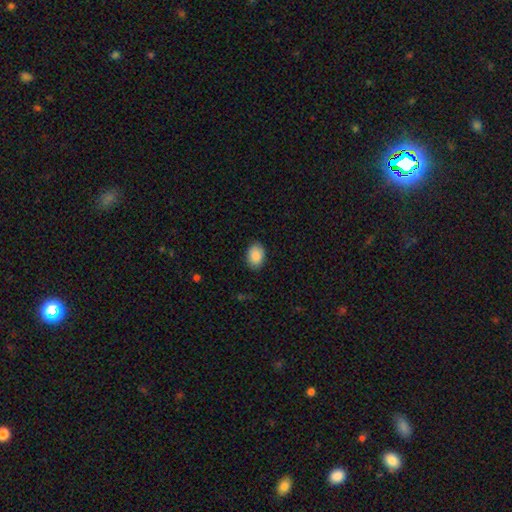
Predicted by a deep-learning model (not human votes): This appears to be a smooth galaxy with no disk features (90%) that is in between round and cigar-shaped (83%). Merging: none (88%).